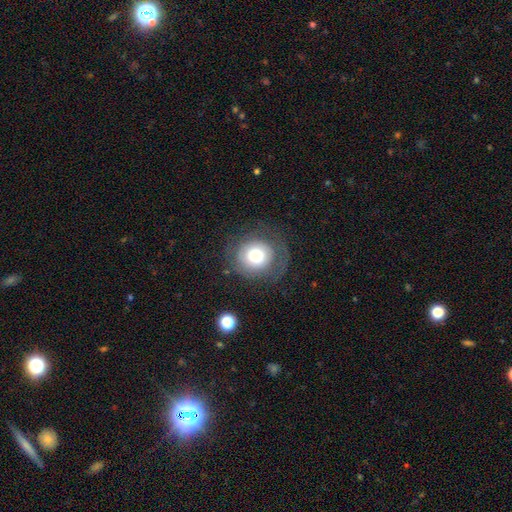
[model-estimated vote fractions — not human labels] Smooth or featured? Predicted: smooth (p=0.64). How rounded? Predicted: round (p=0.90). Merging? Predicted: none (p=0.68).